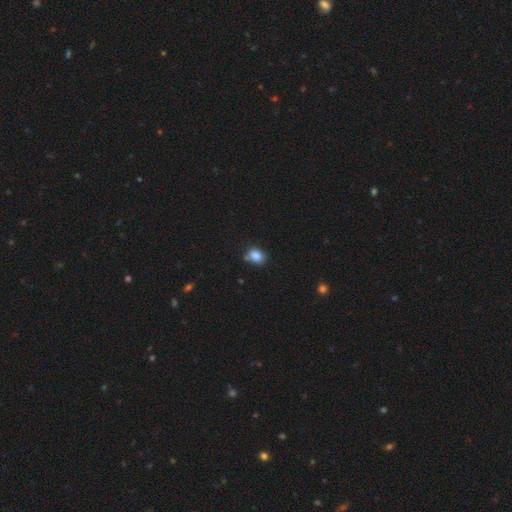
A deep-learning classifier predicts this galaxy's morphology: Smooth or featured? smooth (84%)
How rounded? in between (53%)
Merging? none (63%)